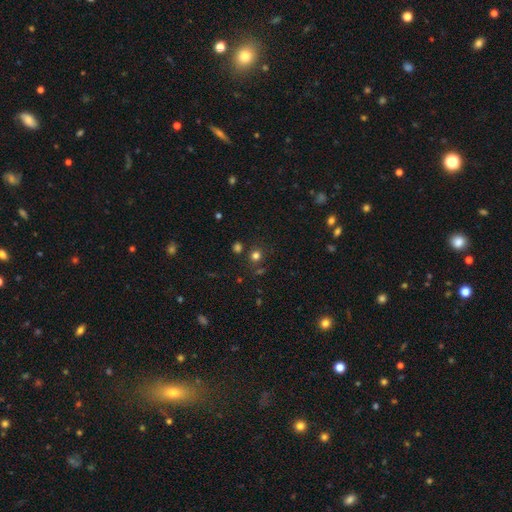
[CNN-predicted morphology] The model was most divided on "smooth or featured": smooth: 73%, star or artifact: 21%, featured or disk: 6%. More confident: how rounded — round (86%); merging — none (79%).